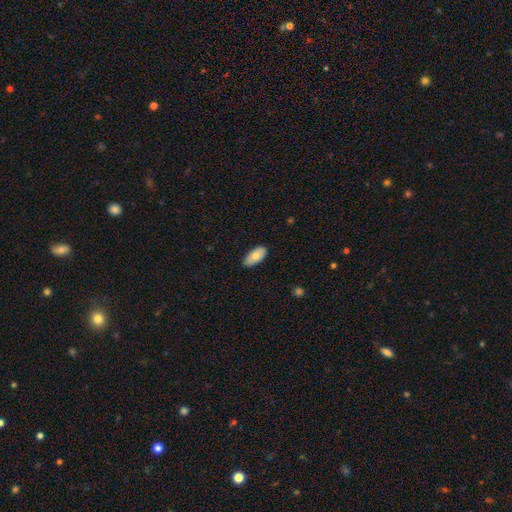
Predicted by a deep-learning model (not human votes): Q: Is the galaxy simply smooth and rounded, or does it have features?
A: smooth — 80%.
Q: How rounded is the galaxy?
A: in between — 92%.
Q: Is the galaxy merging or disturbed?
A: none — 84%.